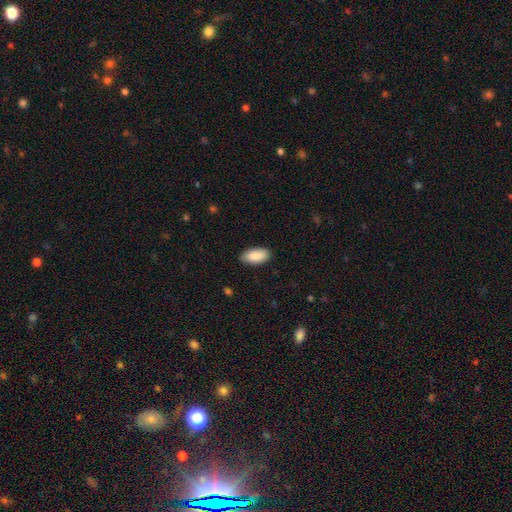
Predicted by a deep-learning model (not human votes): A smooth galaxy with no disk features (88%) that is in between round and cigar-shaped (94%). Merging: none (86%).